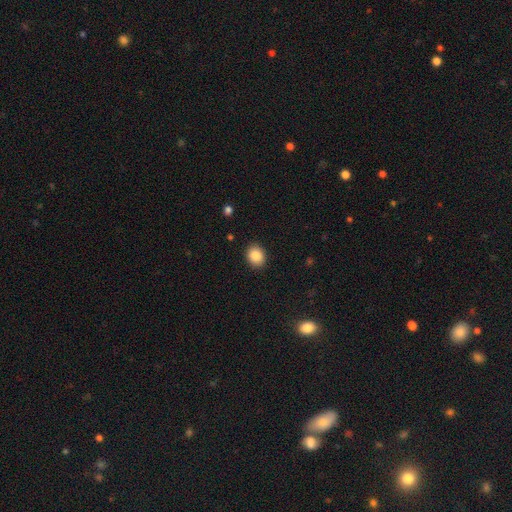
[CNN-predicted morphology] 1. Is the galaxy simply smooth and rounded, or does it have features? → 87% smooth, 8% star or artifact, 4% featured or disk.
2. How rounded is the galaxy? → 51% round, 49% in between, 1% cigar-shaped.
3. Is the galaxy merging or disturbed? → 89% none, 8% minor disturbance, 2% major disturbance, 1% merger.